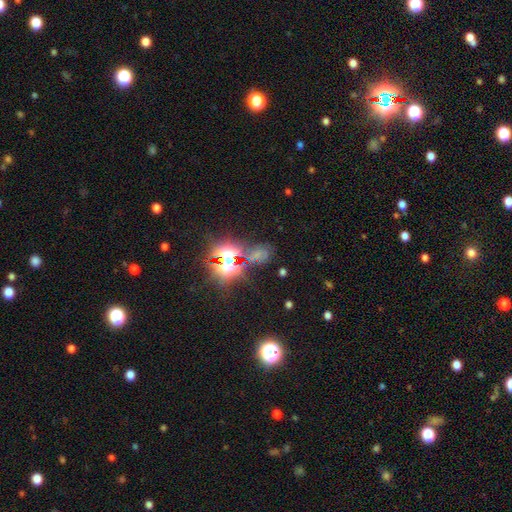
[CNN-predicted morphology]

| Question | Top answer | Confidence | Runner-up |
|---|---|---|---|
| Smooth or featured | star or artifact | 73% | smooth (18%) |